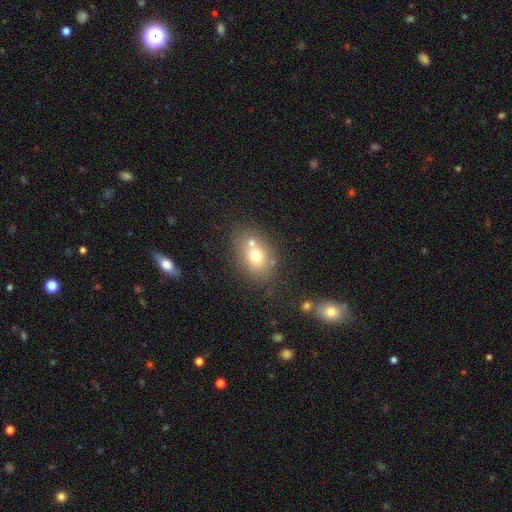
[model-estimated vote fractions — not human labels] This appears to be a smooth galaxy with no disk features (67%) that is in between round and cigar-shaped (63%). Merging: none (54%).